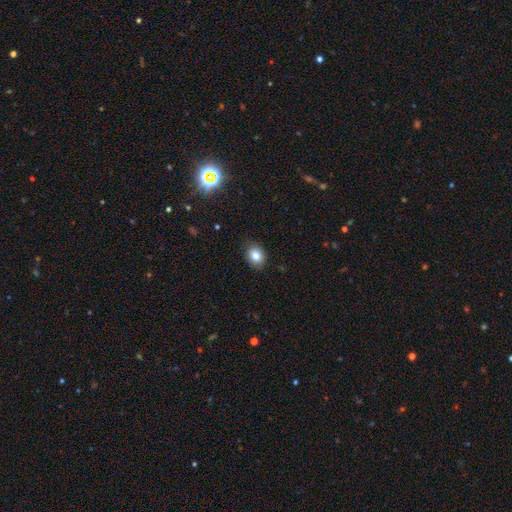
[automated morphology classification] Smooth or featured? Predicted: smooth (p=0.80). How rounded? Predicted: round (p=0.51). Merging? Predicted: none (p=0.86).